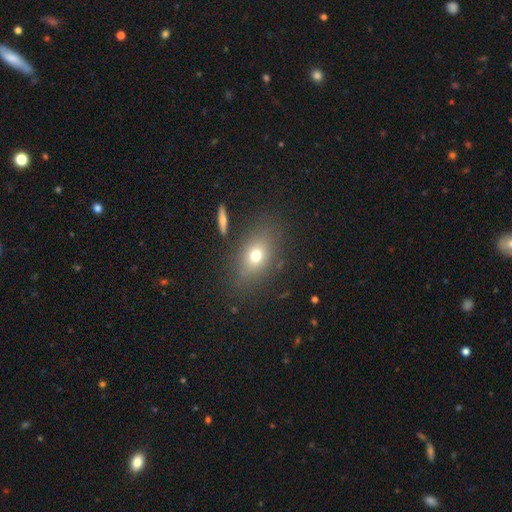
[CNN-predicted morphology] type=smooth (70%); roundness=in between (70%); merging=none (80%).